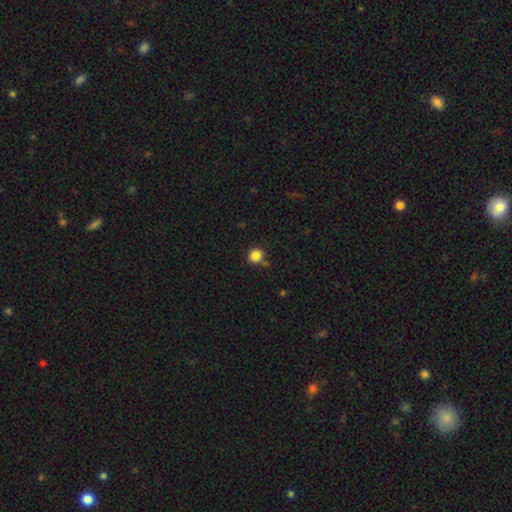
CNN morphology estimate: smooth-or-featured: smooth: 85% | star or artifact: 11% | featured or disk: 4%
  how-rounded: round: 89% | in between: 10% | cigar-shaped: 1%
  merging: none: 77% | minor disturbance: 11% | merger: 8% | major disturbance: 3%